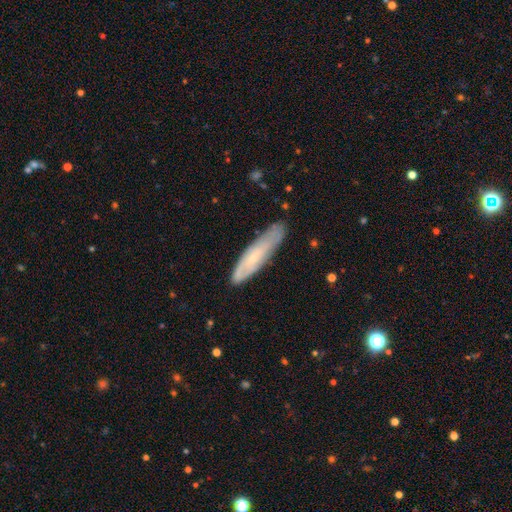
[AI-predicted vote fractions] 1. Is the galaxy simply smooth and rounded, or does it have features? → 46% smooth, 45% featured or disk, 10% star or artifact.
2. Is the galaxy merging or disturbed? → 81% none, 15% minor disturbance, 3% major disturbance, 2% merger.